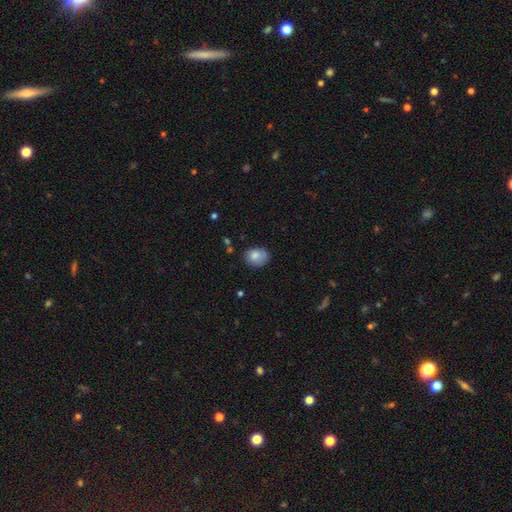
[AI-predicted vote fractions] This is likely a smooth galaxy (80%). How rounded: possibly in between (55%). Merging: likely none (65%).